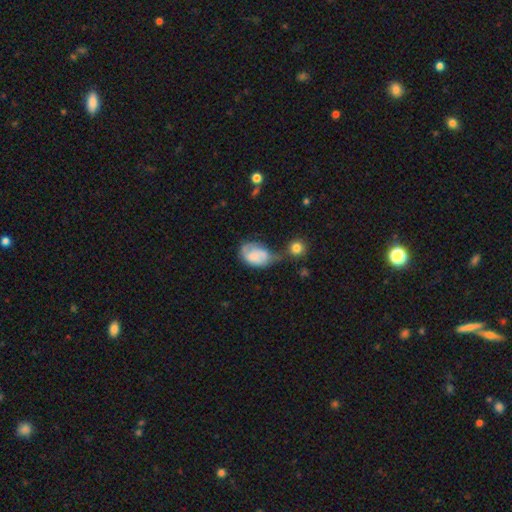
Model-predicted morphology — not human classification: type=smooth (51%); roundness=in between (82%); merging=minor disturbance (30%).